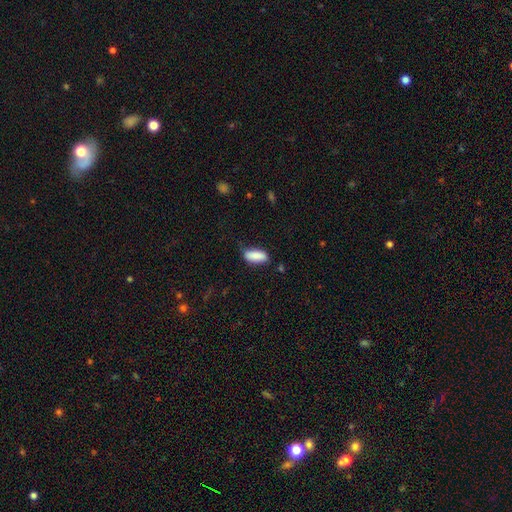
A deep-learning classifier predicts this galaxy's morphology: This is clearly a smooth galaxy (87%). How rounded: likely in between (79%). Merging: likely none (70%).